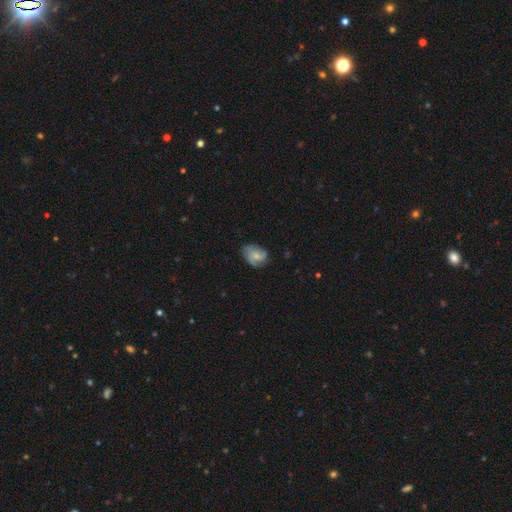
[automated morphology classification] A featured or disk galaxy (49%). Merging: none (58%).